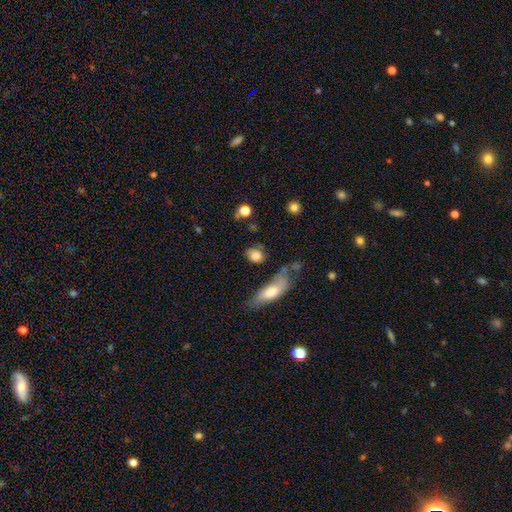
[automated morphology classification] smooth_or_featured: smooth (p=0.80) [alt: featured or disk p=0.11]
how_rounded: in between (p=0.52) [alt: round p=0.43]
merging: none (p=0.61) [alt: minor disturbance p=0.21]